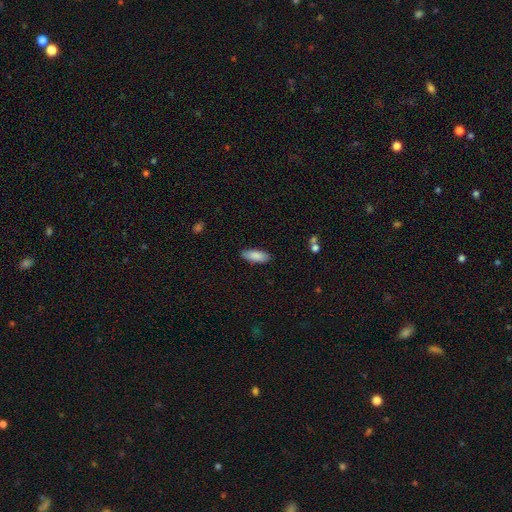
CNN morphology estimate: smooth-or-featured: smooth: 87% | featured or disk: 7% | star or artifact: 6%
  how-rounded: in between: 73% | cigar-shaped: 26% | round: 2%
  merging: none: 87% | minor disturbance: 10% | major disturbance: 2% | merger: 1%